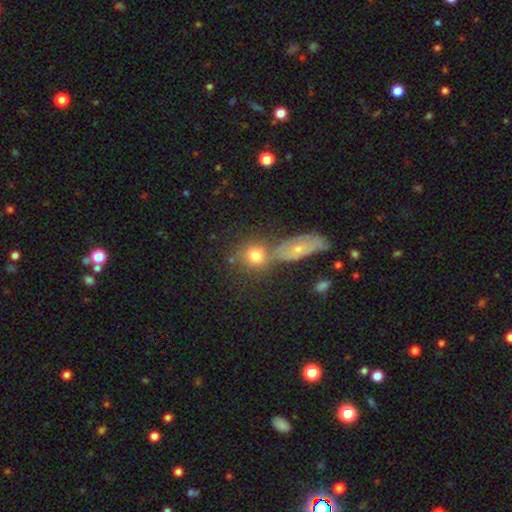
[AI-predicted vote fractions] Smooth or featured? smooth (69%)
How rounded? round (76%)
Merging? none (54%)